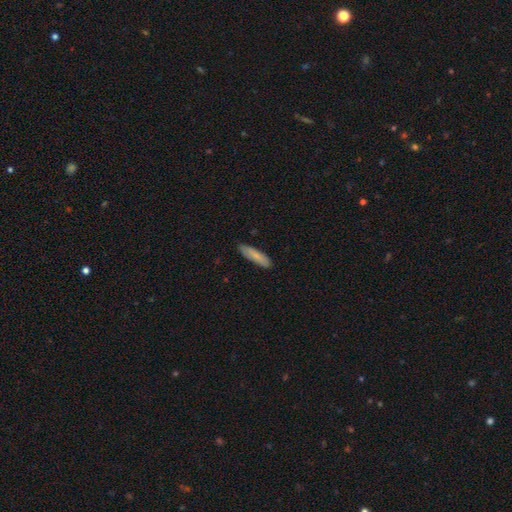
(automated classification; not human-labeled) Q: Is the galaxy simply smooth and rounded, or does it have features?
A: smooth — 78%.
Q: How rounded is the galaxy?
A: cigar-shaped — 69%.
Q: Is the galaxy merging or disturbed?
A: none — 86%.